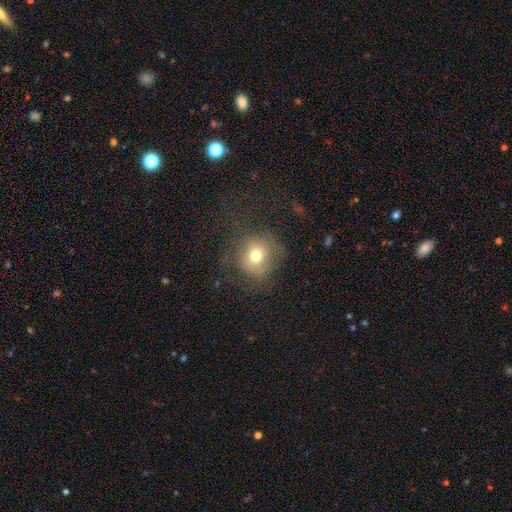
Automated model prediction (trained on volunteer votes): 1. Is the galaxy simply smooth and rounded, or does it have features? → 68% smooth, 17% featured or disk, 15% star or artifact.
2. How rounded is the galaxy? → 84% round, 15% in between, 1% cigar-shaped.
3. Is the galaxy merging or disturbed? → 64% none, 18% major disturbance, 16% minor disturbance, 2% merger.